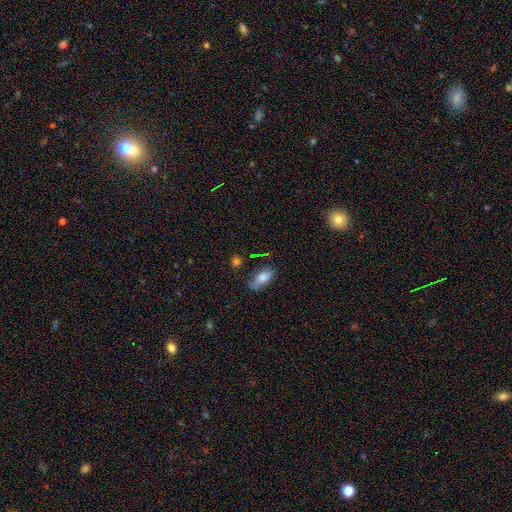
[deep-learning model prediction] smooth 70%, star or artifact 18%, featured or disk 13%. Down the decision tree: how rounded — in between (65%); merging — none (68%).